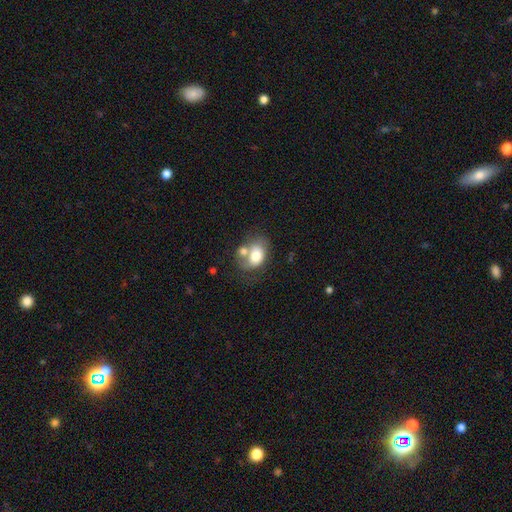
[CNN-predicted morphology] The model was most divided on "merging": merger: 39%, none: 32%, minor disturbance: 17%, major disturbance: 12%. More confident: how rounded — in between (71%); smooth or featured — smooth (67%).